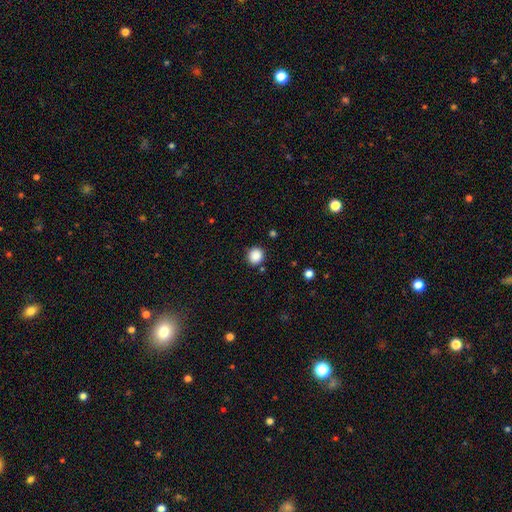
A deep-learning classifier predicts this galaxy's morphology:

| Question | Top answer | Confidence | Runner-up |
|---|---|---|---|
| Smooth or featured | smooth | 87% | star or artifact (10%) |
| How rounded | round | 88% | in between (11%) |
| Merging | none | 86% | minor disturbance (8%) |